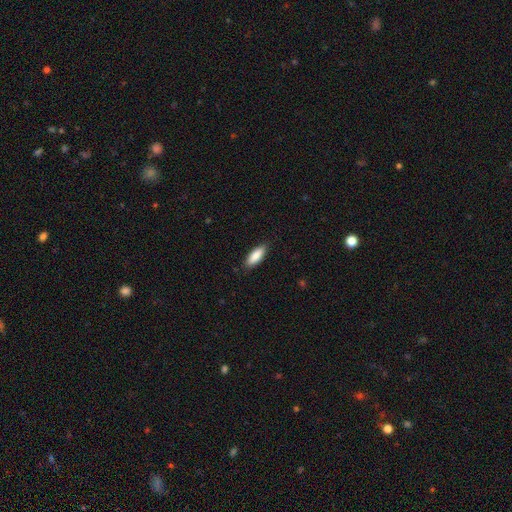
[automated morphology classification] smooth-or-featured: smooth: 87% | featured or disk: 7% | star or artifact: 6%
  how-rounded: in between: 67% | cigar-shaped: 31% | round: 2%
  merging: none: 87% | minor disturbance: 10% | major disturbance: 2% | merger: 1%